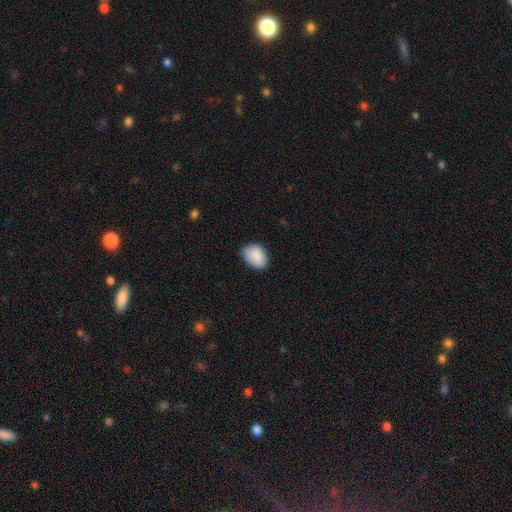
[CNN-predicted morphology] smooth 89%, star or artifact 7%, featured or disk 4%. Down the decision tree: how rounded — in between (78%); merging — none (79%).